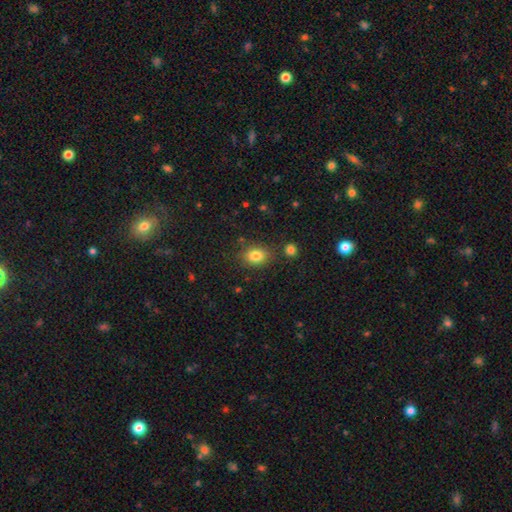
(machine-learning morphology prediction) smooth-or-featured: smooth: 82% | star or artifact: 11% | featured or disk: 8%
  how-rounded: in between: 61% | round: 38% | cigar-shaped: 1%
  merging: none: 79% | minor disturbance: 13% | merger: 5% | major disturbance: 4%